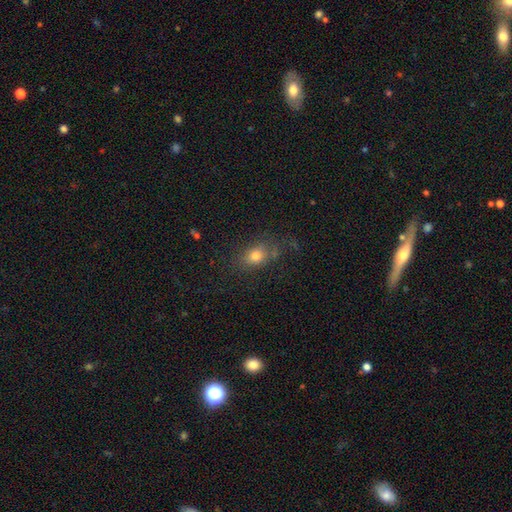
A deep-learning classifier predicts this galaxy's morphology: smooth-or-featured: smooth: 74% | star or artifact: 14% | featured or disk: 12%
  how-rounded: in between: 64% | round: 33% | cigar-shaped: 3%
  merging: none: 69% | minor disturbance: 18% | major disturbance: 9% | merger: 4%